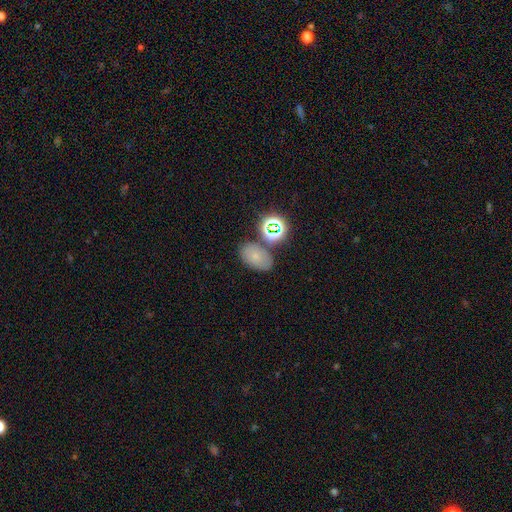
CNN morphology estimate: smooth_or_featured: smooth (p=0.62) [alt: star or artifact p=0.21]
how_rounded: in between (p=0.83) [alt: round p=0.16]
merging: none (p=0.71) [alt: minor disturbance p=0.14]